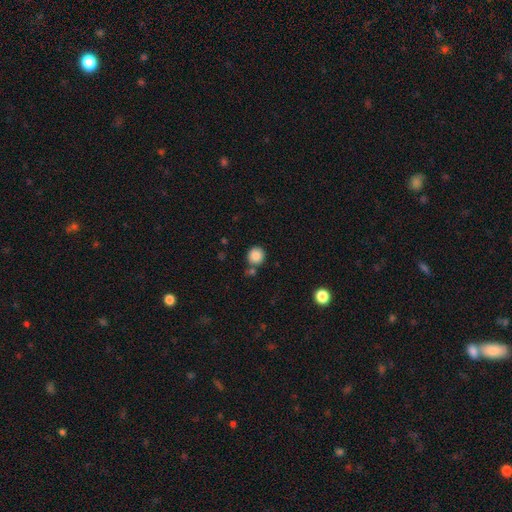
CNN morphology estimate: A smooth galaxy with no disk features (86%) that is round (92%). Merging: none (72%).